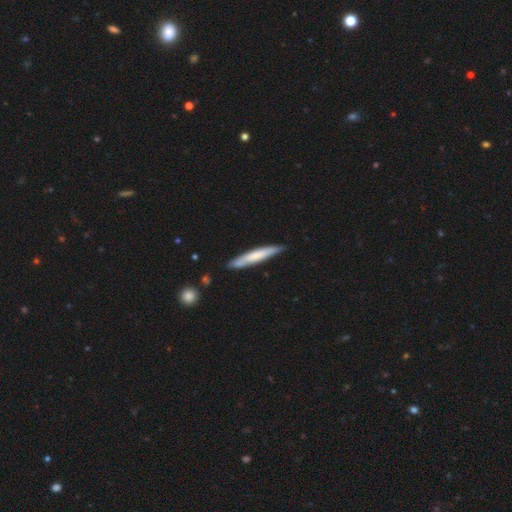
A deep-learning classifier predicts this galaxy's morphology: Smooth or featured? Predicted: smooth (p=0.61). How rounded? Predicted: cigar-shaped (p=0.93). Merging? Predicted: none (p=0.83).